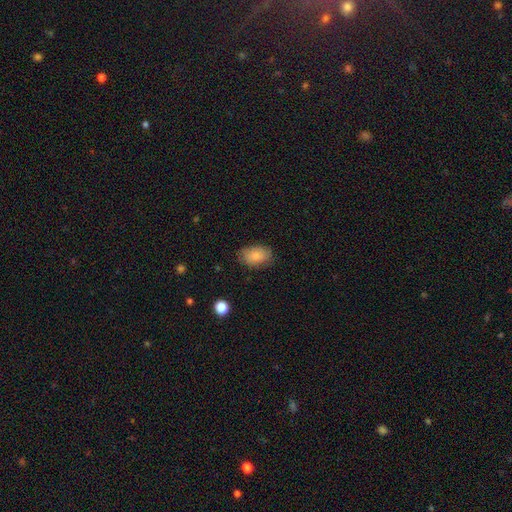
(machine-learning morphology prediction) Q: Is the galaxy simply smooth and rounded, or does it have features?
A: smooth — 79%.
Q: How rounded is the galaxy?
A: in between — 85%.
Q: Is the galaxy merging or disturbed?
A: none — 75%.